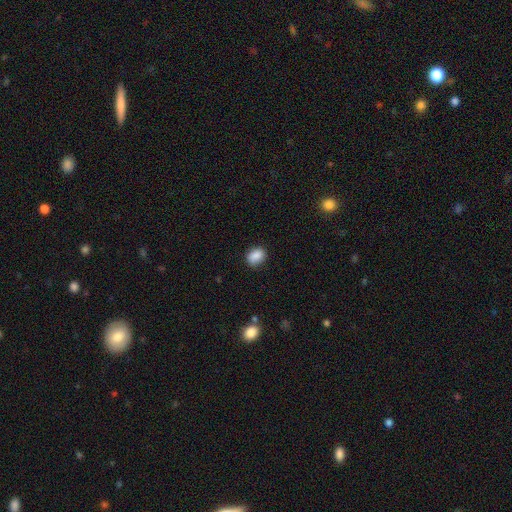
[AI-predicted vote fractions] This is clearly a smooth galaxy (88%). How rounded: likely in between (64%). Merging: clearly none (83%).